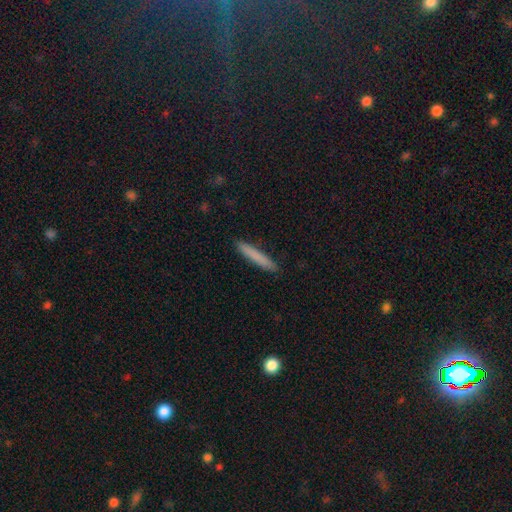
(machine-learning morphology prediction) Smooth or featured?
  - smooth: 82% *
  - featured or disk: 13%
  - star or artifact: 6%
How rounded?
  - cigar-shaped: 95% *
  - in between: 4%
  - round: 1%
Merging?
  - none: 91% *
  - minor disturbance: 7%
  - major disturbance: 1%
  - merger: 1%